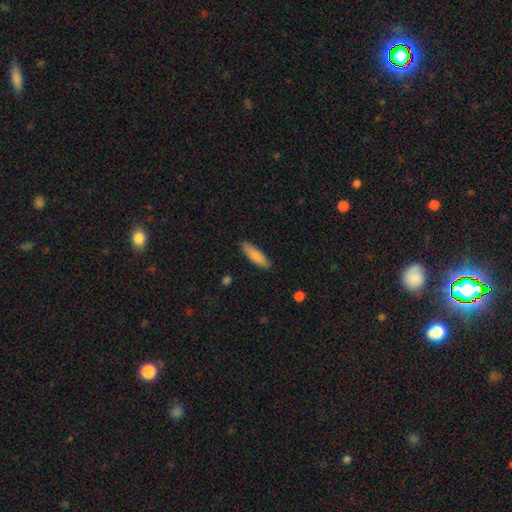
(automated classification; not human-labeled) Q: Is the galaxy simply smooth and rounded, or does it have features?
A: smooth — 85%.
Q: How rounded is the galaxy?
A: cigar-shaped — 61%.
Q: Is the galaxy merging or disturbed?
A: none — 87%.